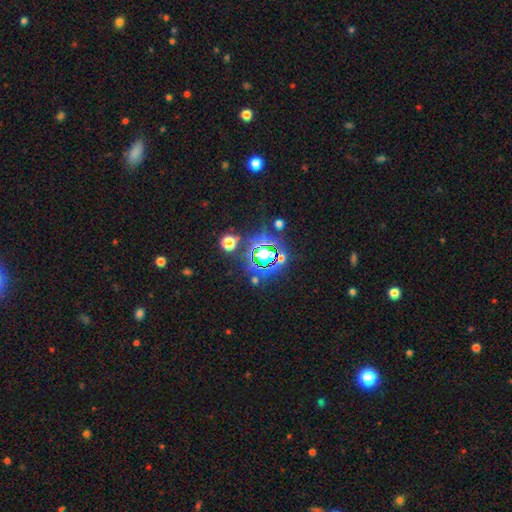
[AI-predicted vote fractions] A star or artifact, not a galaxy (68%).

Vote fractions:
- Smooth or featured? star or artifact: 68% / smooth: 21% / featured or disk: 11%